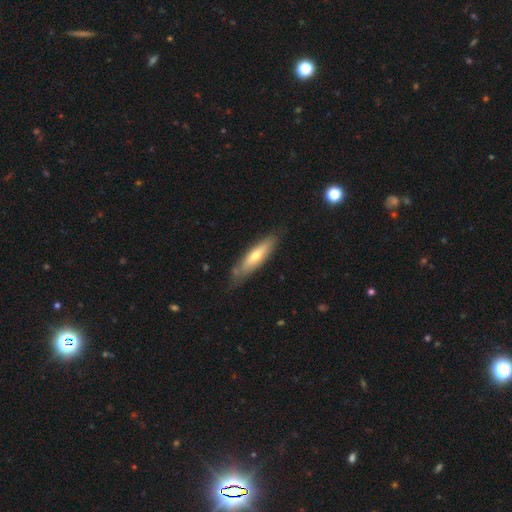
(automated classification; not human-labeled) smooth-or-featured: smooth: 54% | featured or disk: 41% | star or artifact: 6%
  how-rounded: cigar-shaped: 70% | in between: 28% | round: 2%
  merging: none: 74% | minor disturbance: 20% | major disturbance: 4% | merger: 2%